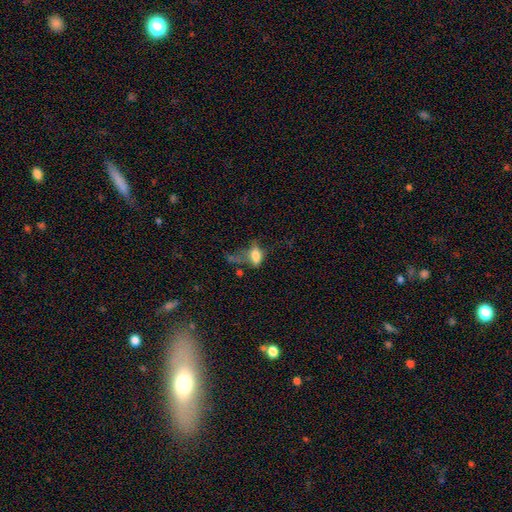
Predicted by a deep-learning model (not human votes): Smooth or featured: smooth — 66% (featured or disk — 22%)
How rounded: in between — 84% (round — 10%)
Merging: major disturbance — 50% (none — 21%)